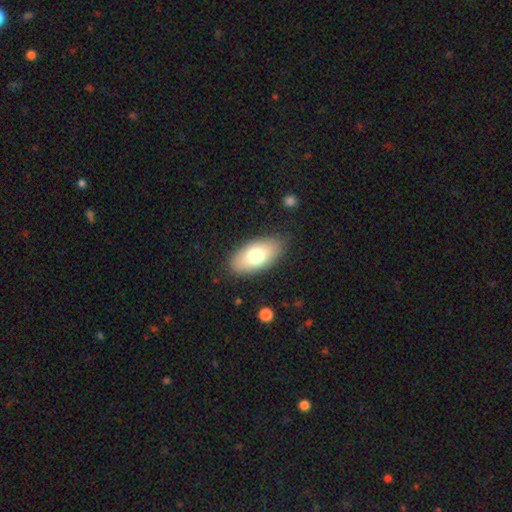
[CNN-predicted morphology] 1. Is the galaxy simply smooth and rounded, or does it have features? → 74% smooth, 19% featured or disk, 7% star or artifact.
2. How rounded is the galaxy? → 92% in between, 4% cigar-shaped, 4% round.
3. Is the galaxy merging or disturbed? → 85% none, 11% minor disturbance, 3% major disturbance, 1% merger.